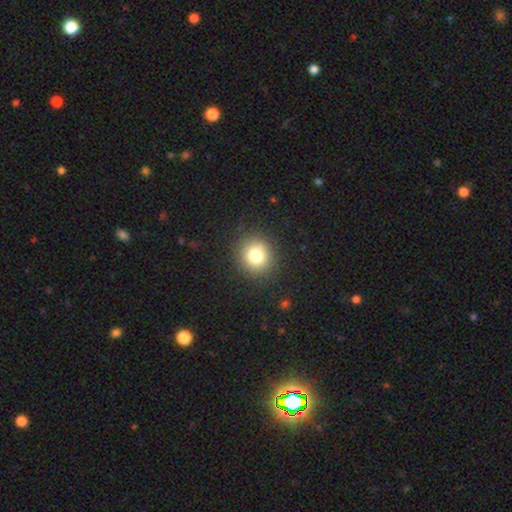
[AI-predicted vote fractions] Smooth or featured? smooth (79%)
How rounded? round (86%)
Merging? none (88%)